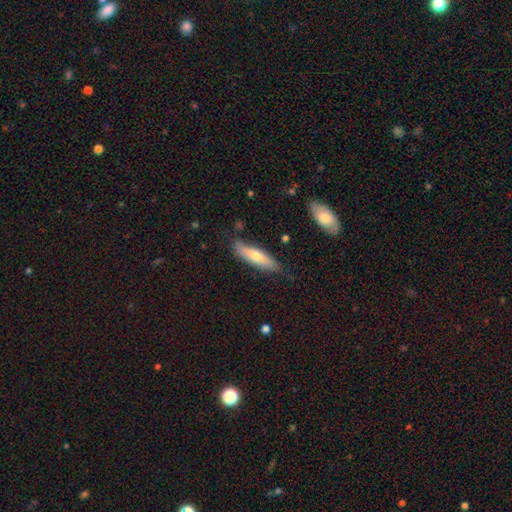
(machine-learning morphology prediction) Smooth or featured? Predicted: smooth (p=0.60). How rounded? Predicted: cigar-shaped (p=0.70). Merging? Predicted: none (p=0.75).